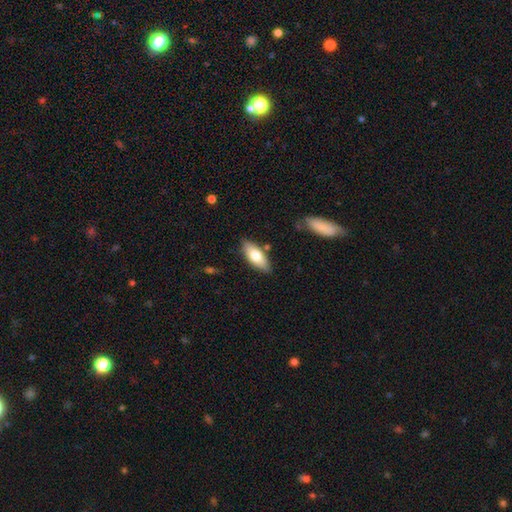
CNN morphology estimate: A smooth galaxy with no disk features (73%) that is in between round and cigar-shaped (78%). Merging: none (82%).